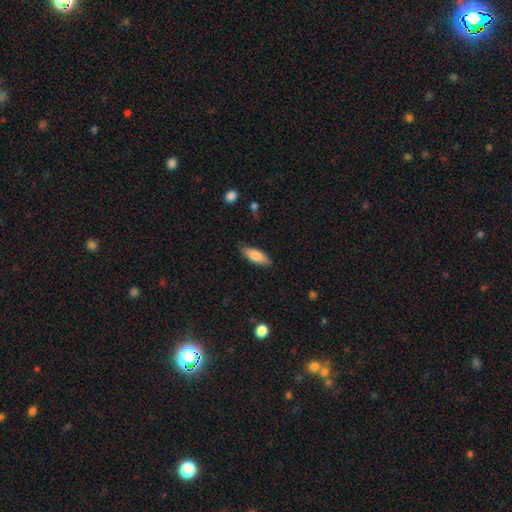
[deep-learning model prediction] This is clearly a smooth galaxy (82%). How rounded: likely in between (63%). Merging: clearly none (85%).